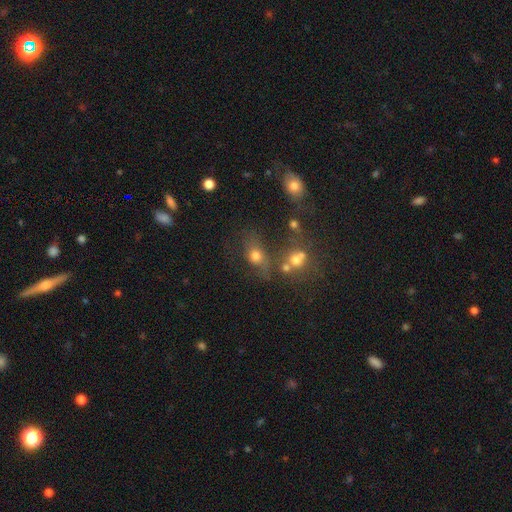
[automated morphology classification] A smooth galaxy with no disk features (67%) that is in between round and cigar-shaped (50%). Merging: none (44%).